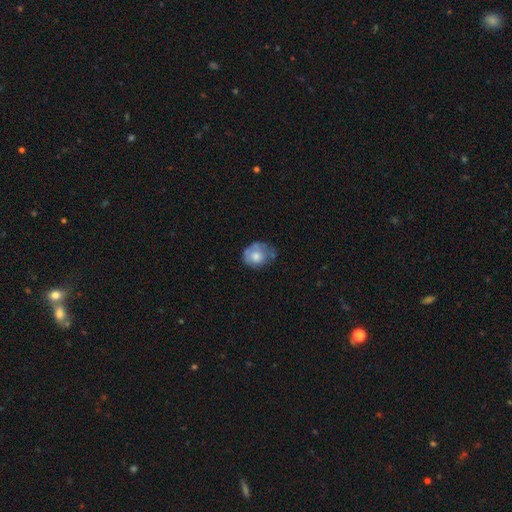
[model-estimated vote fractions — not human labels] A smooth galaxy with no disk features (62%) that is round (60%).

Vote fractions:
- Smooth or featured? smooth: 62% / featured or disk: 30% / star or artifact: 8%
- How rounded? round: 60% / in between: 39% / cigar-shaped: 1%
- Merging? none: 45% / minor disturbance: 34% / major disturbance: 16% / merger: 5%